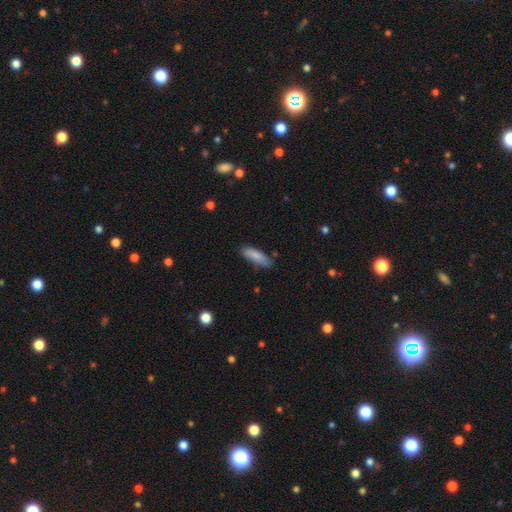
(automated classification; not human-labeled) Morphology: type=smooth (84%); roundness=cigar-shaped (51%); merging=none (78%).